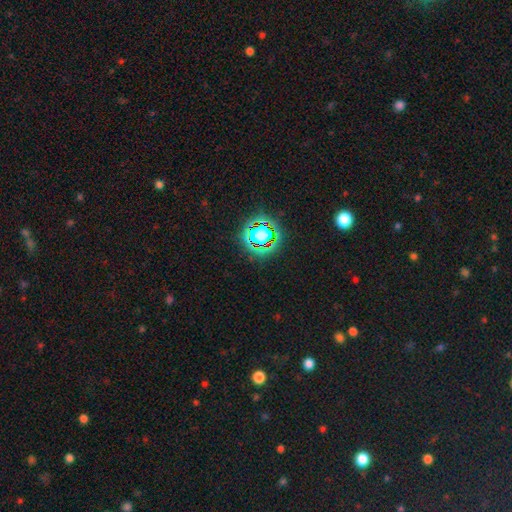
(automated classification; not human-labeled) Q: Smooth or featured?
A: star or artifact (80%); runner-up: smooth (13%)